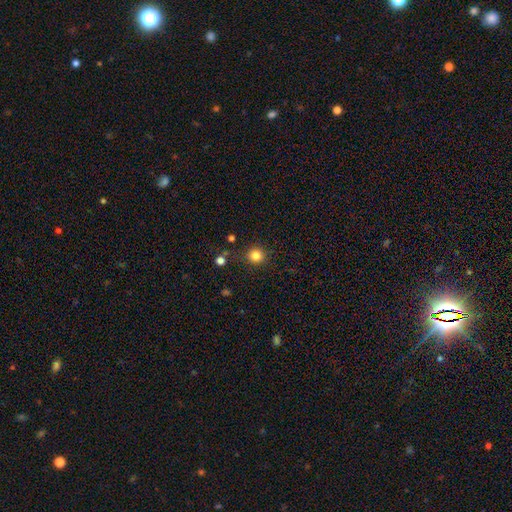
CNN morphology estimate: The model was most divided on "smooth or featured": smooth: 83%, star or artifact: 12%, featured or disk: 4%. More confident: how rounded — round (92%); merging — none (86%).